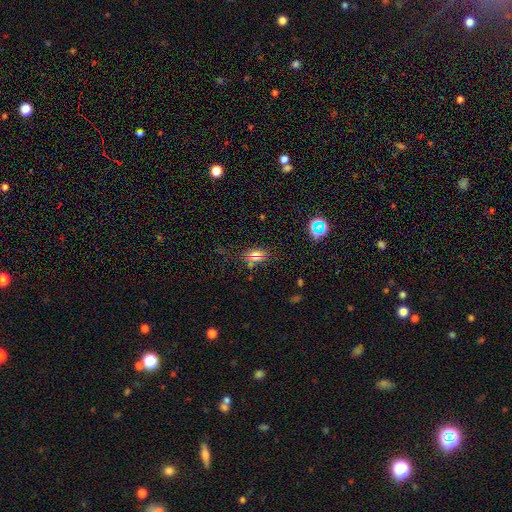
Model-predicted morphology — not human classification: Smooth or featured: smooth — 56% (star or artifact — 32%)
How rounded: in between — 75% (round — 19%)
Merging: none — 78% (minor disturbance — 13%)